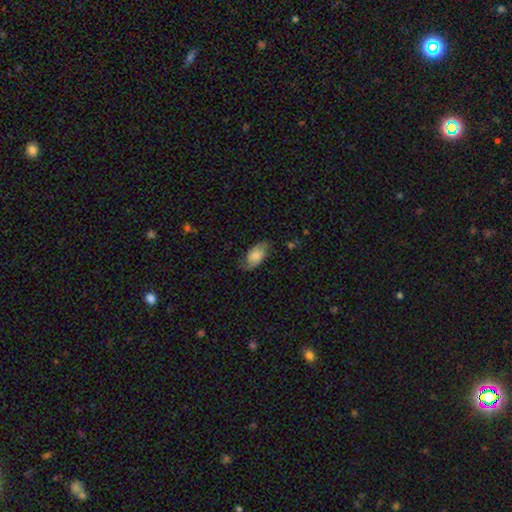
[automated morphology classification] smooth-or-featured: smooth: 51% | featured or disk: 42% | star or artifact: 7%
  how-rounded: in between: 92% | round: 6% | cigar-shaped: 2%
  merging: none: 69% | minor disturbance: 22% | major disturbance: 8% | merger: 1%